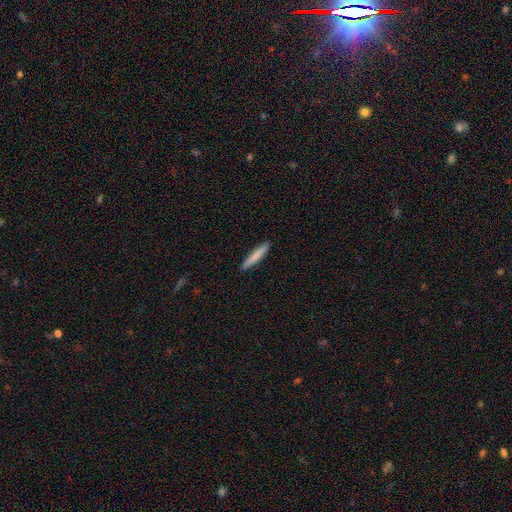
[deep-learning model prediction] Smooth or featured? smooth (81%)
How rounded? cigar-shaped (94%)
Merging? none (91%)